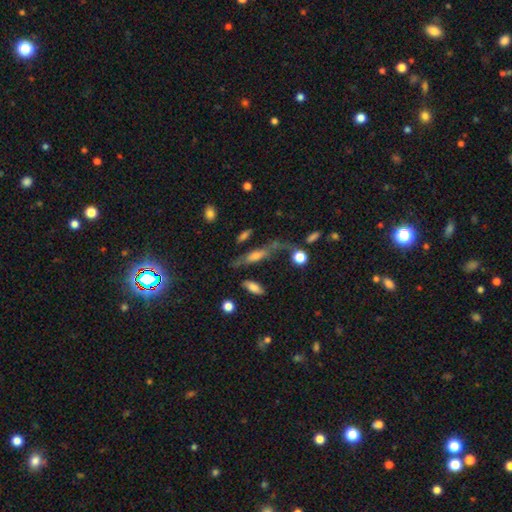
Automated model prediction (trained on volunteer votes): Morphology: type=smooth (44%, tied with featured or disk); merging=none (45%).